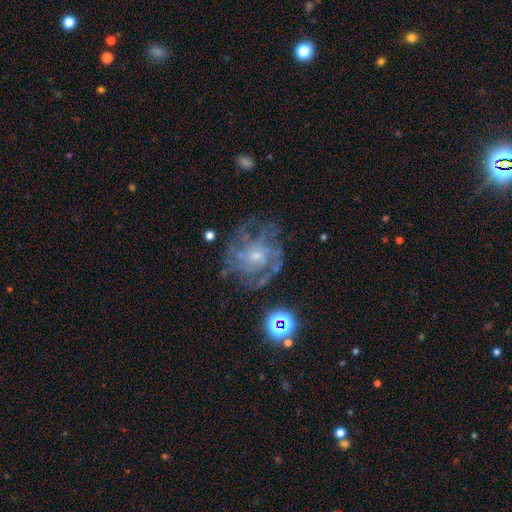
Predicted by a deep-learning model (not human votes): Overall: featured or disk (74%). Edge-on disk: no (98%). Bar: no (71%). Spiral arms: yes (82%). Spiral arm count: can't tell (49%; 4 14%). Spiral winding: tight (49%; medium 37%). Bulge size: small (63%; moderate 29%). Merging: none (67%).